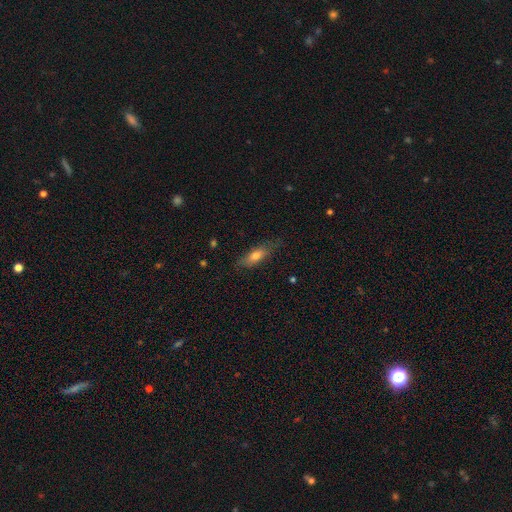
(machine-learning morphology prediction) Smooth or featured? smooth (66%)
How rounded? in between (53%)
Merging? none (75%)